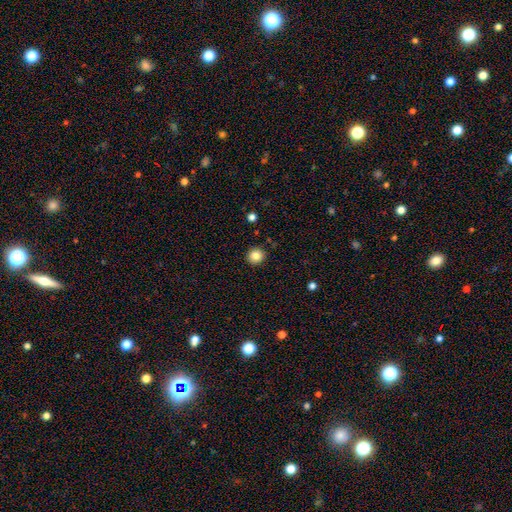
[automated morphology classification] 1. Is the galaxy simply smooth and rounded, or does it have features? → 85% smooth, 10% star or artifact, 5% featured or disk.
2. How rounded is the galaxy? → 92% round, 7% in between, 1% cigar-shaped.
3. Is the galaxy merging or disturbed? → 92% none, 6% minor disturbance, 2% major disturbance, 1% merger.